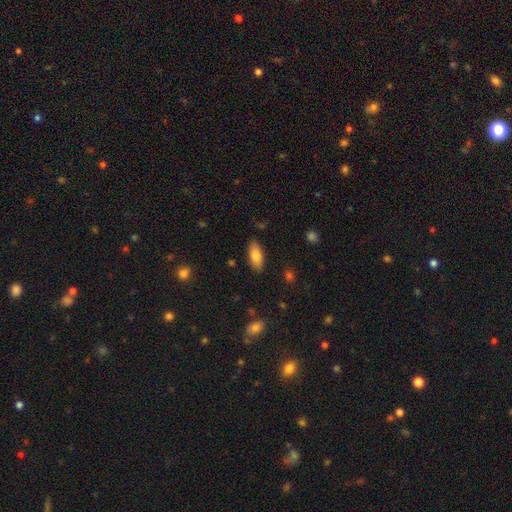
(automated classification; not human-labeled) Q: Smooth or featured?
A: smooth (80%); runner-up: featured or disk (14%)
Q: How rounded?
A: in between (86%); runner-up: cigar-shaped (11%)
Q: Merging?
A: none (86%); runner-up: minor disturbance (10%)